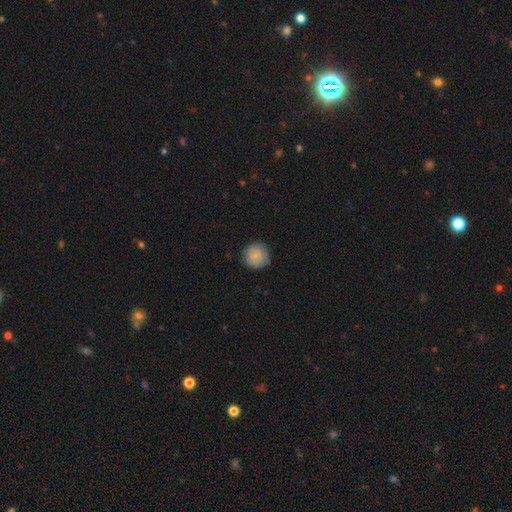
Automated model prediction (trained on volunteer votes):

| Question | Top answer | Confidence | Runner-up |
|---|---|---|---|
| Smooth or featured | smooth | 82% | featured or disk (11%) |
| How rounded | round | 93% | in between (6%) |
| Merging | none | 83% | minor disturbance (13%) |